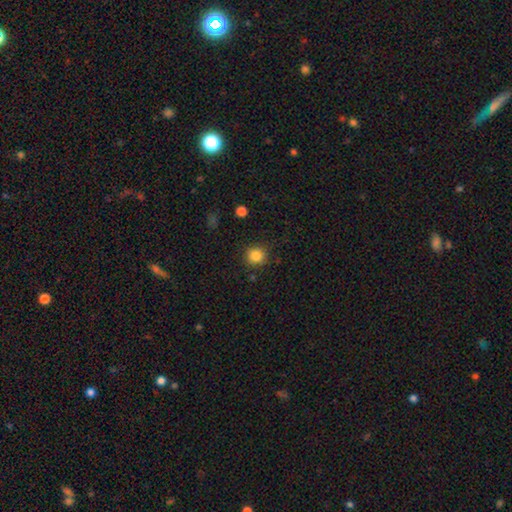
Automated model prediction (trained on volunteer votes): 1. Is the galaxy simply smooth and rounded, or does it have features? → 85% smooth, 11% star or artifact, 4% featured or disk.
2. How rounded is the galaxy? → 91% round, 8% in between, 1% cigar-shaped.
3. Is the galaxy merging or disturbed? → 88% none, 8% minor disturbance, 3% major disturbance, 2% merger.